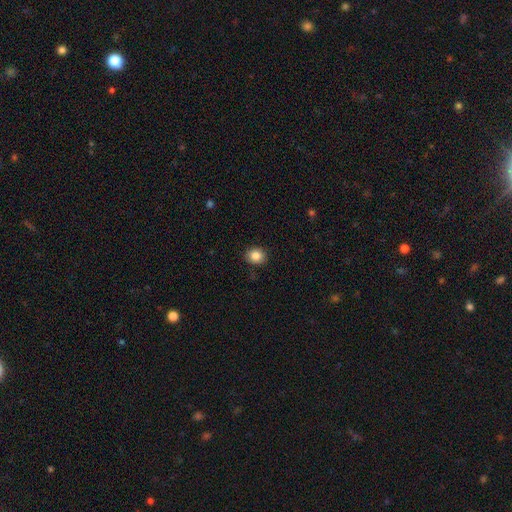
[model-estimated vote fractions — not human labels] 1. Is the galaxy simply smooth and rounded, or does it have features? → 86% smooth, 9% star or artifact, 5% featured or disk.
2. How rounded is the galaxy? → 67% round, 32% in between, 1% cigar-shaped.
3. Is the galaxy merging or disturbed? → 89% none, 8% minor disturbance, 2% major disturbance, 1% merger.